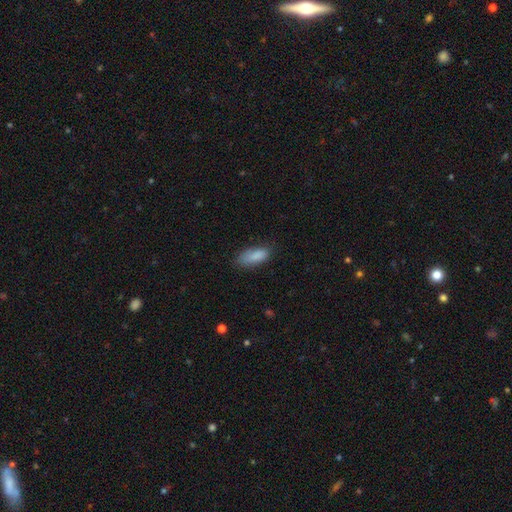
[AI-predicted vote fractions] Q: Smooth or featured?
A: smooth (86%); runner-up: star or artifact (8%)
Q: How rounded?
A: in between (81%); runner-up: cigar-shaped (17%)
Q: Merging?
A: none (64%); runner-up: minor disturbance (27%)